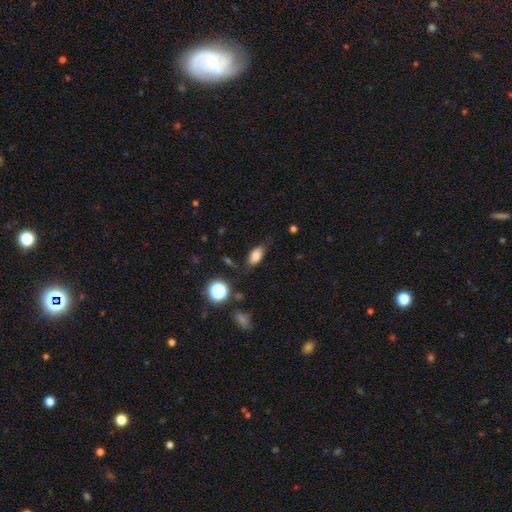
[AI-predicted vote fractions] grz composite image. It shows a smooth galaxy with no disk features (80%) that is in between round and cigar-shaped (89%). Merging: none (77%).